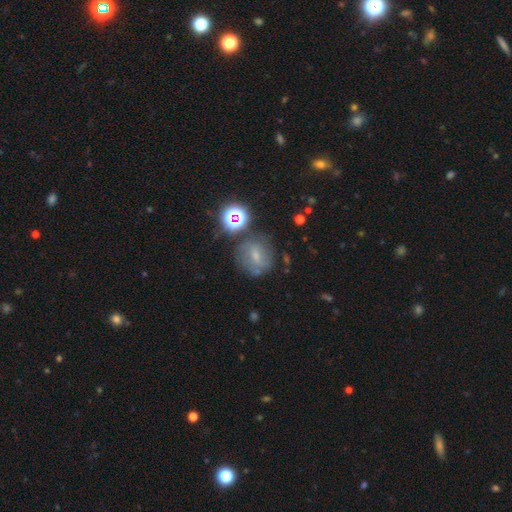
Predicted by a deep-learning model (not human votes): smooth_or_featured: smooth (p=0.40) [alt: featured or disk p=0.34]
merging: none (p=0.67) [alt: minor disturbance p=0.17]